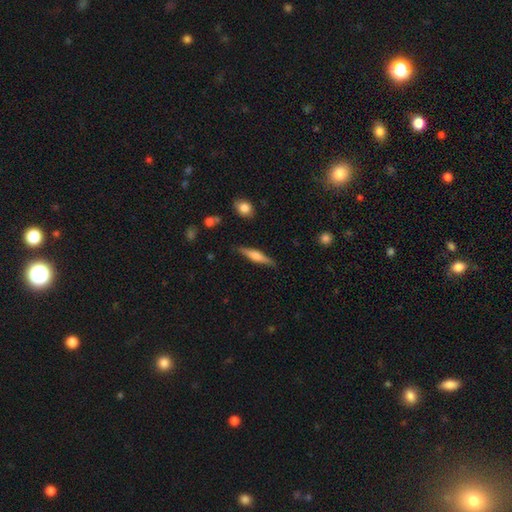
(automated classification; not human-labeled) smooth_or_featured: featured or disk (p=0.50) [alt: smooth p=0.44]
merging: none (p=0.87) [alt: minor disturbance p=0.10]